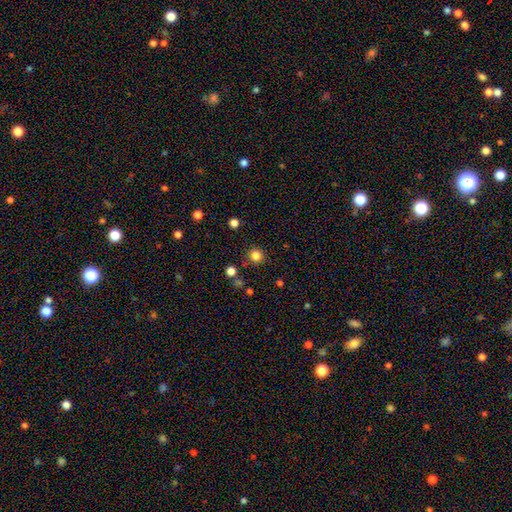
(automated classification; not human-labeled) smooth 83%, star or artifact 13%, featured or disk 4%. Down the decision tree: how rounded — round (93%); merging — none (87%).